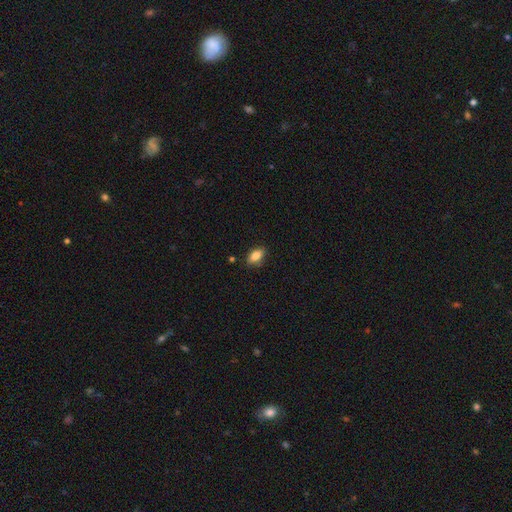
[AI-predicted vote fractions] Smooth or featured?
  - smooth: 80% *
  - featured or disk: 12%
  - star or artifact: 8%
How rounded?
  - in between: 87% *
  - round: 7%
  - cigar-shaped: 7%
Merging?
  - none: 81% *
  - minor disturbance: 15%
  - major disturbance: 2%
  - merger: 2%